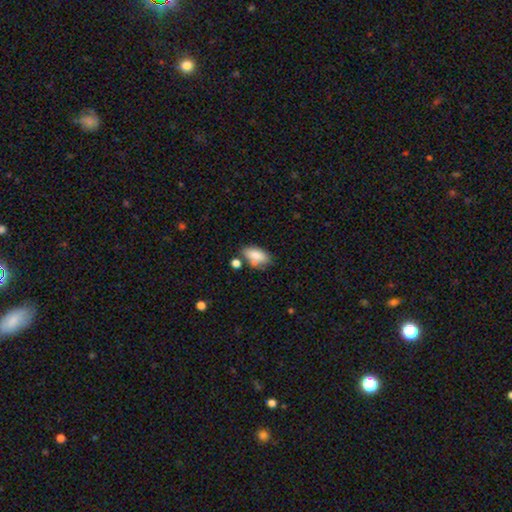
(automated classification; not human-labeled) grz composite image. It shows a smooth galaxy with no disk features (82%) that is in between round and cigar-shaped (90%). Merging: none (54%).